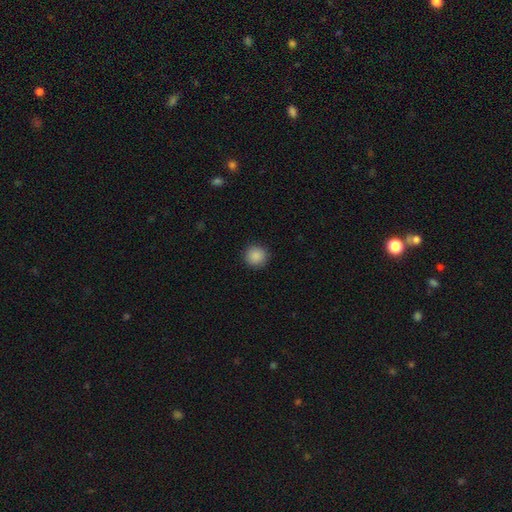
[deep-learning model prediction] smooth-or-featured: smooth: 89% | star or artifact: 9% | featured or disk: 3%
  how-rounded: round: 94% | in between: 5% | cigar-shaped: 1%
  merging: none: 91% | minor disturbance: 6% | major disturbance: 2% | merger: 1%